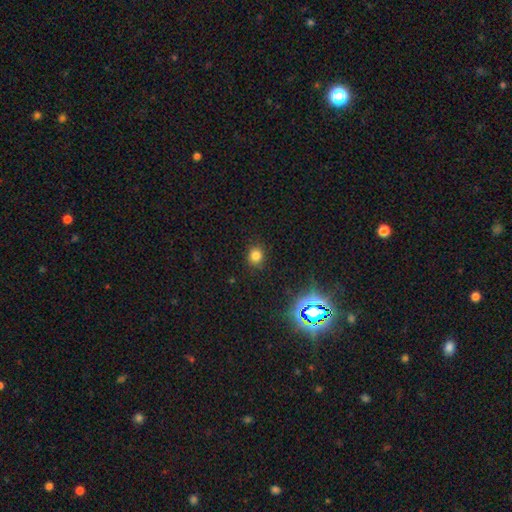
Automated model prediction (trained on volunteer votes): Q: Smooth or featured?
A: smooth (78%); runner-up: star or artifact (17%)
Q: How rounded?
A: round (81%); runner-up: in between (18%)
Q: Merging?
A: none (88%); runner-up: minor disturbance (8%)